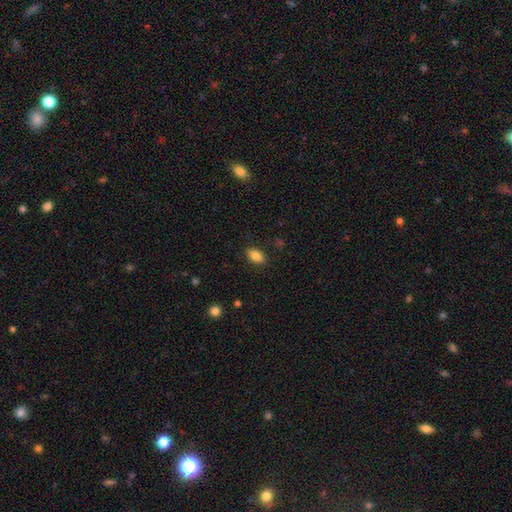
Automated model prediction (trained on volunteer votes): A smooth galaxy with no disk features (85%) that is in between round and cigar-shaped (89%).

Vote fractions:
- Smooth or featured? smooth: 85% / star or artifact: 9% / featured or disk: 6%
- How rounded? in between: 89% / round: 7% / cigar-shaped: 4%
- Merging? none: 86% / minor disturbance: 10% / major disturbance: 3% / merger: 1%